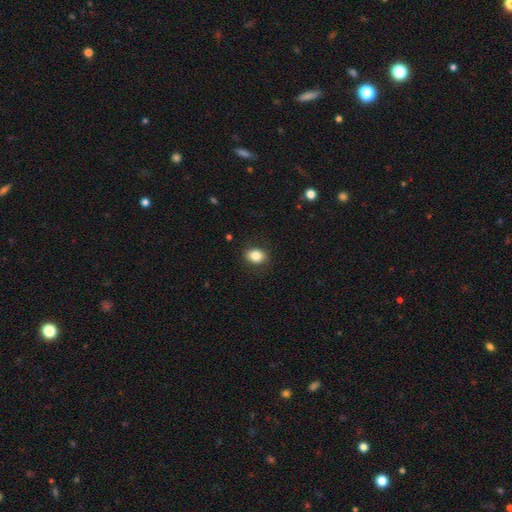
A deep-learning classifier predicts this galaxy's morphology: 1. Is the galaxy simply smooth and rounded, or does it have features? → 83% smooth, 9% star or artifact, 8% featured or disk.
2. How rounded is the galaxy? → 60% in between, 39% round, 1% cigar-shaped.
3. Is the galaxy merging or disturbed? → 84% none, 11% minor disturbance, 3% major disturbance, 1% merger.